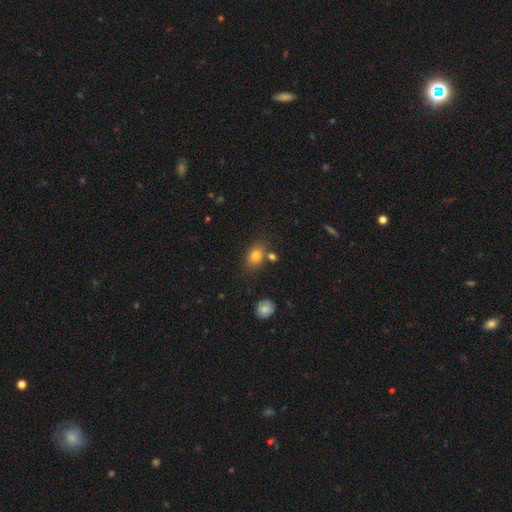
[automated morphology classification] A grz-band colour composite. It shows a smooth galaxy with no disk features (79%) that is in between round and cigar-shaped (73%). Merging: none (72%).